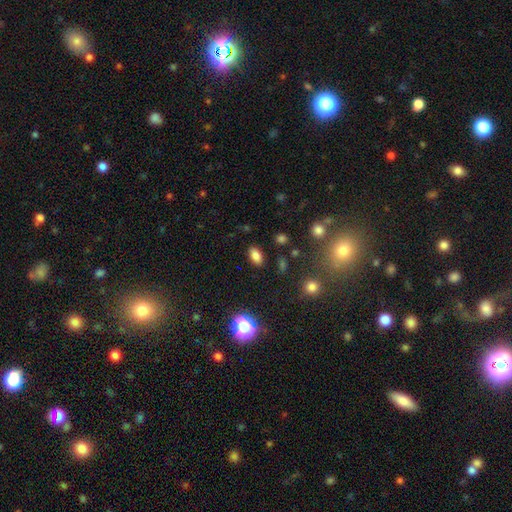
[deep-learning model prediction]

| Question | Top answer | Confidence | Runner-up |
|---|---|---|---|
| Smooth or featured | smooth | 80% | star or artifact (13%) |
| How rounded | in between | 89% | round (8%) |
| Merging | none | 87% | minor disturbance (9%) |